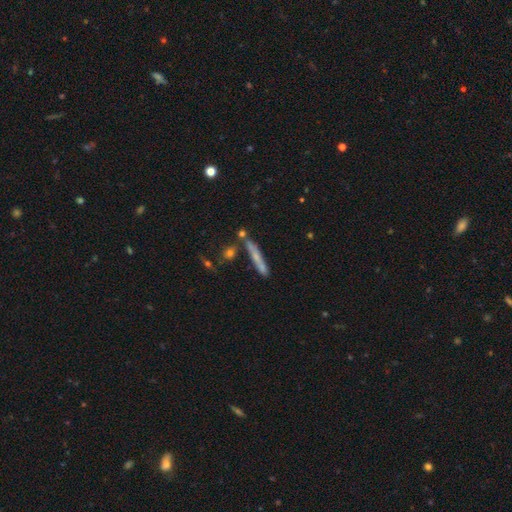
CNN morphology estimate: A smooth galaxy with no disk features (53%) that is cigar-shaped (92%).

Vote fractions:
- Smooth or featured? smooth: 53% / featured or disk: 38% / star or artifact: 9%
- How rounded? cigar-shaped: 92% / in between: 6% / round: 2%
- Merging? none: 68% / minor disturbance: 16% / merger: 12% / major disturbance: 5%